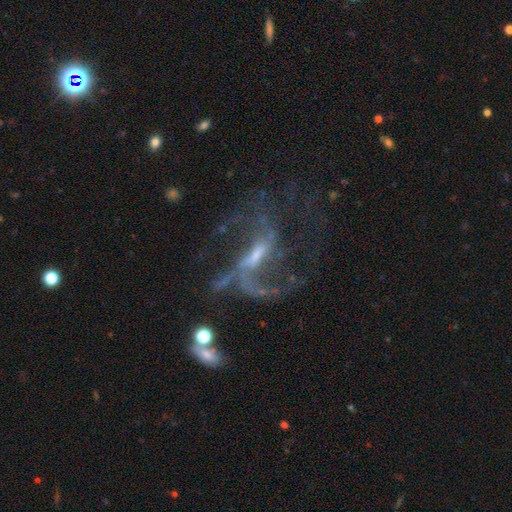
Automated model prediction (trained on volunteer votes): smooth-or-featured: featured or disk: 83% | star or artifact: 11% | smooth: 6%
  disk-edge-on: no: 95% | yes: 5%
    bar: weak: 45% | strong: 36% | no: 19%
    has-spiral-arms: yes: 90% | no: 10%
      spiral-winding: loose: 71% | medium: 23% | tight: 6%
      spiral-arm-count: 2: 45% | 3: 17% | can't tell: 14% | 1: 12% | 4: 7% | more than 4: 6%
    bulge-size: small: 50% | moderate: 29% | none: 16% | large: 3% | dominant: 1%
  merging: none: 41% | major disturbance: 38% | minor disturbance: 14% | merger: 7%